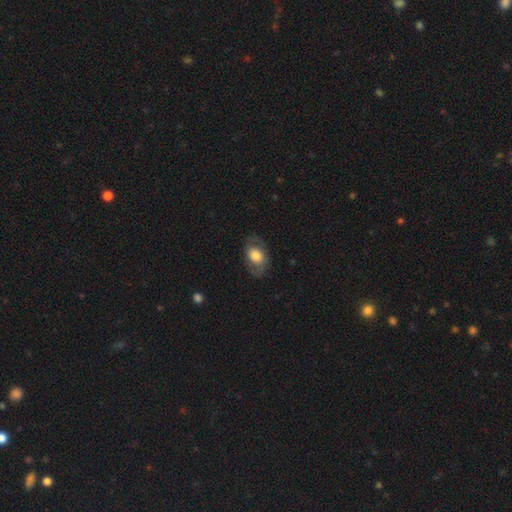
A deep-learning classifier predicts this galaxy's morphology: Smooth or featured? smooth (62%)
How rounded? in between (82%)
Merging? none (72%)